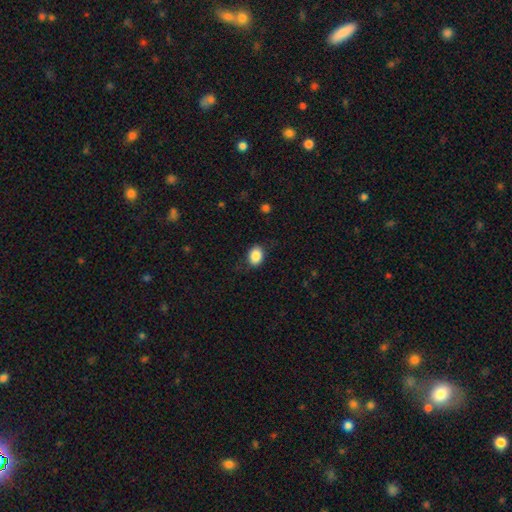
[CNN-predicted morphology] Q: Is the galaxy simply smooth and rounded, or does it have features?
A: smooth — 88%.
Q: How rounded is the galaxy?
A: in between — 69%.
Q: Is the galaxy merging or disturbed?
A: none — 82%.